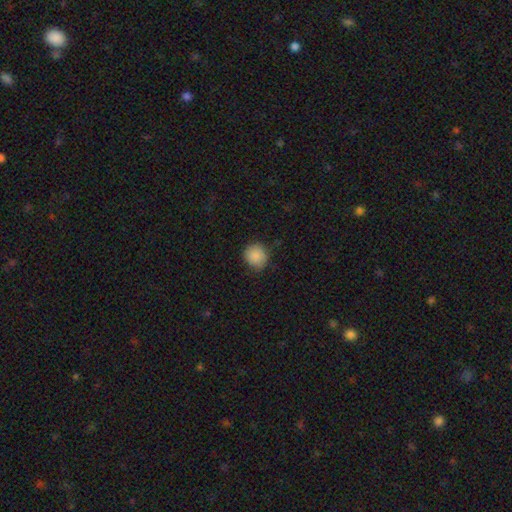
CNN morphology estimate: Smooth or featured?
  - smooth: 88% *
  - star or artifact: 8%
  - featured or disk: 4%
How rounded?
  - round: 90% *
  - in between: 9%
  - cigar-shaped: 1%
Merging?
  - none: 82% *
  - minor disturbance: 14%
  - major disturbance: 3%
  - merger: 1%